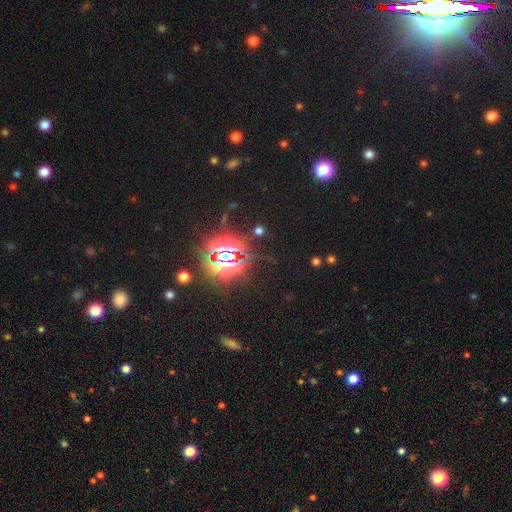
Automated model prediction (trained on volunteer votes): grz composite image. It shows a star or artifact, not a galaxy (83%).